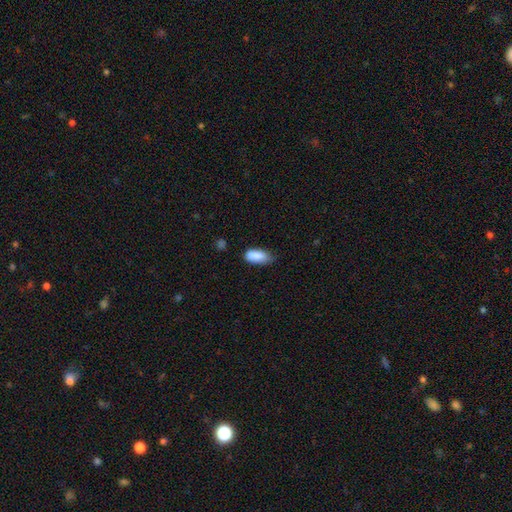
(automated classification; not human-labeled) Smooth or featured? Predicted: smooth (p=0.87). How rounded? Predicted: in between (p=0.90). Merging? Predicted: none (p=0.54).